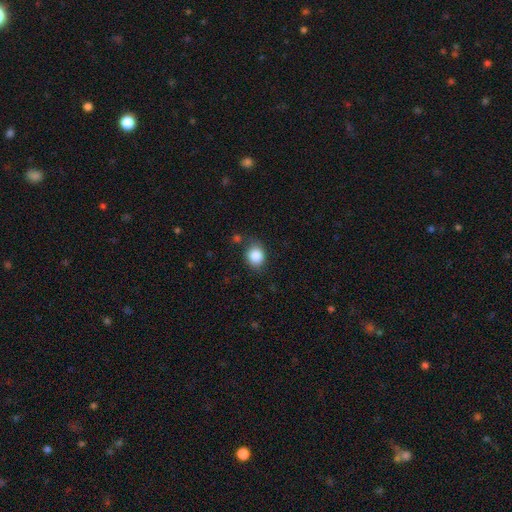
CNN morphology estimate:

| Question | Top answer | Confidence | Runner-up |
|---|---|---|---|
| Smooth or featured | smooth | 85% | star or artifact (9%) |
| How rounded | round | 68% | in between (31%) |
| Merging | none | 75% | minor disturbance (16%) |